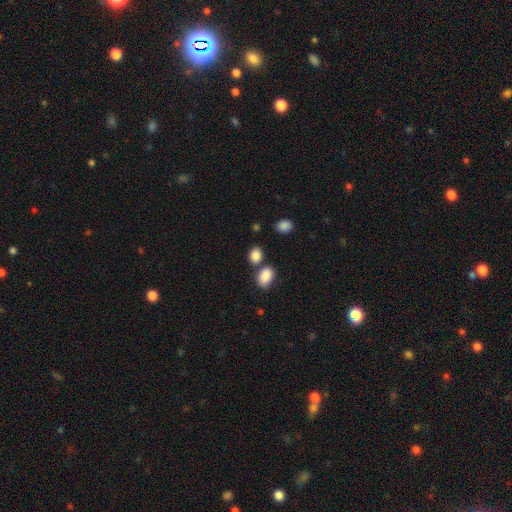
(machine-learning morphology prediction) smooth_or_featured: smooth (p=0.87) [alt: star or artifact p=0.09]
how_rounded: in between (p=0.67) [alt: round p=0.31]
merging: none (p=0.62) [alt: merger p=0.23]